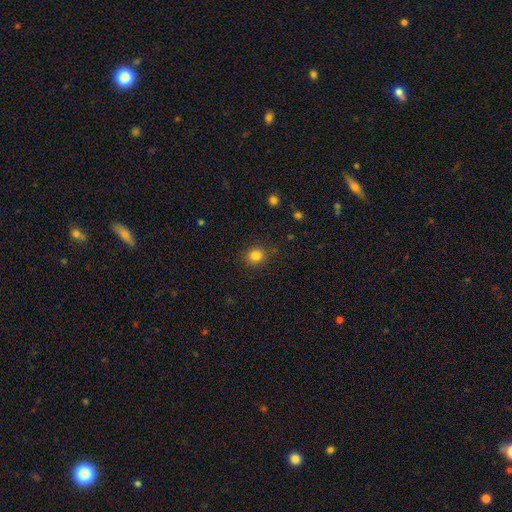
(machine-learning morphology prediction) This appears to be a smooth galaxy with no disk features (82%) that is round (79%). Merging: none (88%).